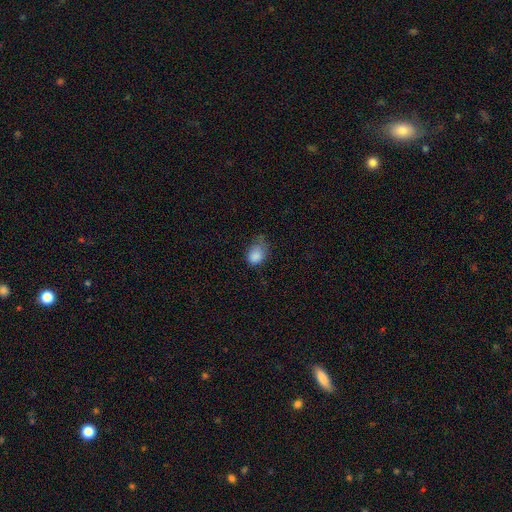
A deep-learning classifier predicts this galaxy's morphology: smooth-or-featured: smooth: 84% | star or artifact: 10% | featured or disk: 6%
  how-rounded: in between: 62% | round: 37% | cigar-shaped: 1%
  merging: minor disturbance: 40% | none: 37% | major disturbance: 19% | merger: 3%